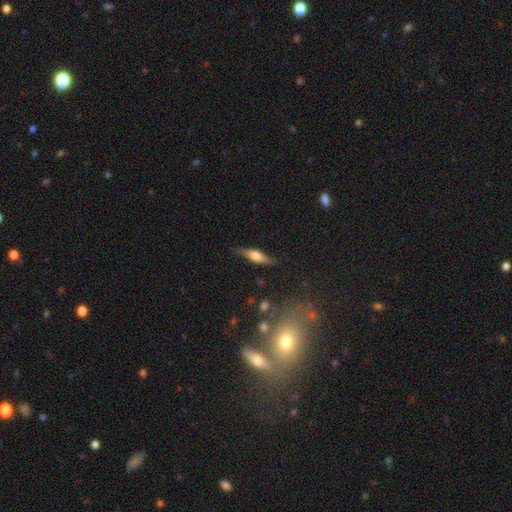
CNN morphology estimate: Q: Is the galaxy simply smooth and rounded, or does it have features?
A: featured or disk — 55%.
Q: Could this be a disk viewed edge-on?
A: yes — 93%.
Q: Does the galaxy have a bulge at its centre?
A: rounded — 86%.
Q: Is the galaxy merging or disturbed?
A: none — 81%.